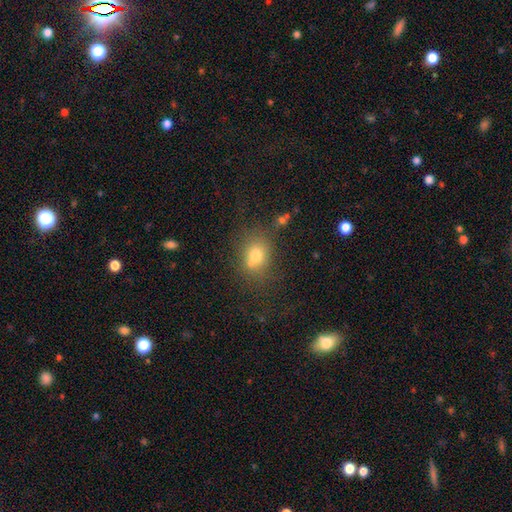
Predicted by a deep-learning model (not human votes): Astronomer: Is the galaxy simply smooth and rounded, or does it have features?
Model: smooth — 71%.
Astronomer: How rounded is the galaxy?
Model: round — 53% (runner-up: in between, 45%).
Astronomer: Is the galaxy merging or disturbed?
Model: none — 57%.